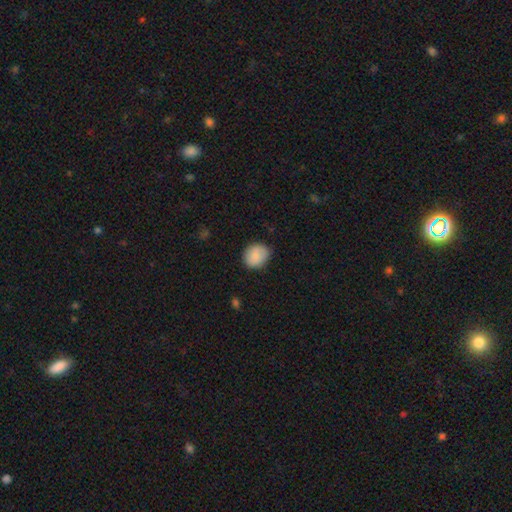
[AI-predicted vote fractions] Overall: smooth (87%). How rounded: round (67%; in between 32%). Merging: none (82%).